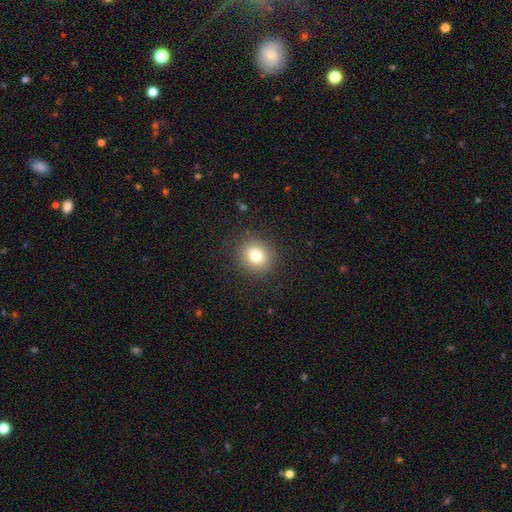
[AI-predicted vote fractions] Smooth or featured? smooth (78%)
How rounded? round (86%)
Merging? none (89%)